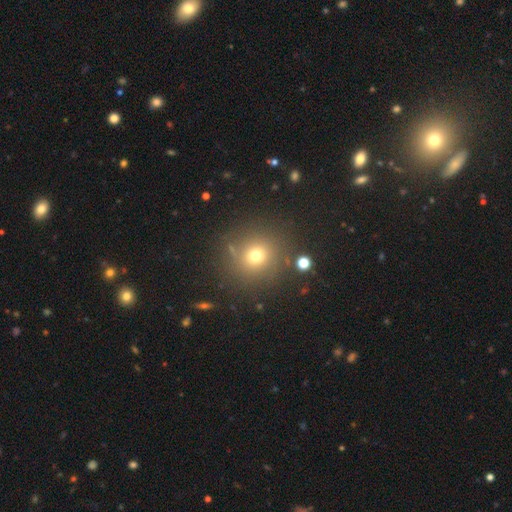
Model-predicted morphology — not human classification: Q: Smooth or featured?
A: smooth (69%); runner-up: star or artifact (20%)
Q: How rounded?
A: round (89%); runner-up: in between (10%)
Q: Merging?
A: none (83%); runner-up: minor disturbance (9%)